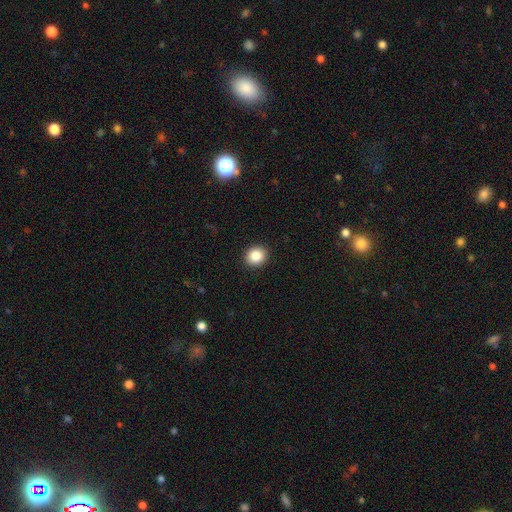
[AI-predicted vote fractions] Smooth or featured? smooth (87%)
How rounded? round (82%)
Merging? none (92%)